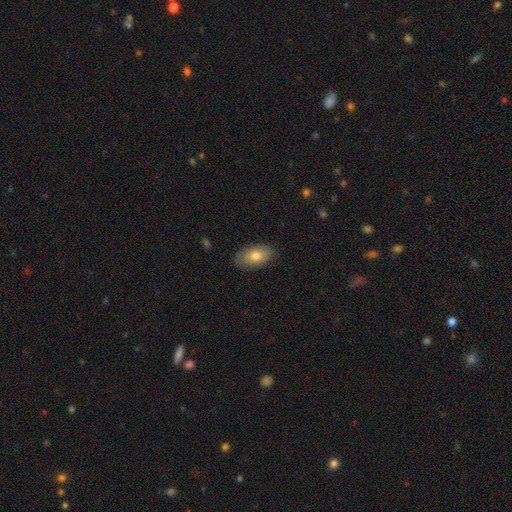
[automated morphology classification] The model was most divided on "smooth or featured": smooth: 77%, featured or disk: 17%, star or artifact: 7%. More confident: how rounded — in between (93%); merging — none (85%).